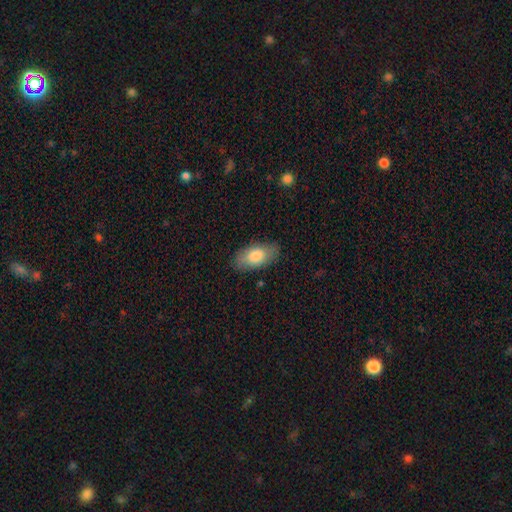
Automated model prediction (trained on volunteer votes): A smooth galaxy with no disk features (80%) that is in between round and cigar-shaped (92%). Merging: none (82%).